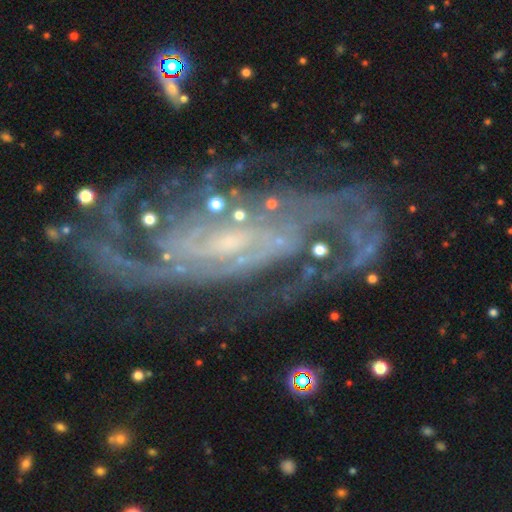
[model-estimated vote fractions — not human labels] Morphology: type=featured or disk (91%); edge-on=no (96%); bar=weak (44%); spiral arms=yes (98%); winding=medium (48%); arm count=2 (56%); bulge=small (58%); merging=none (66%).